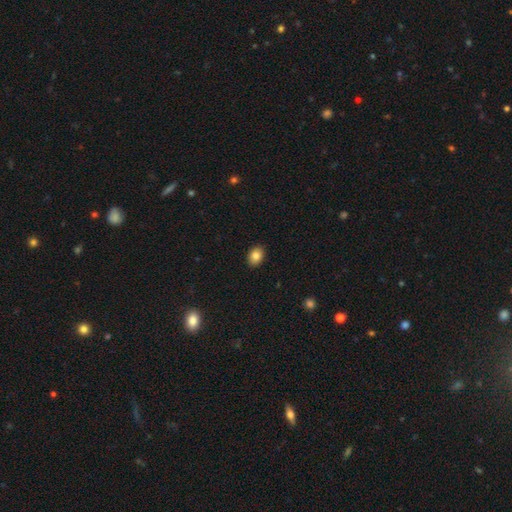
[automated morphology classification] Overall: smooth (85%). How rounded: in between (72%). Merging: none (89%).